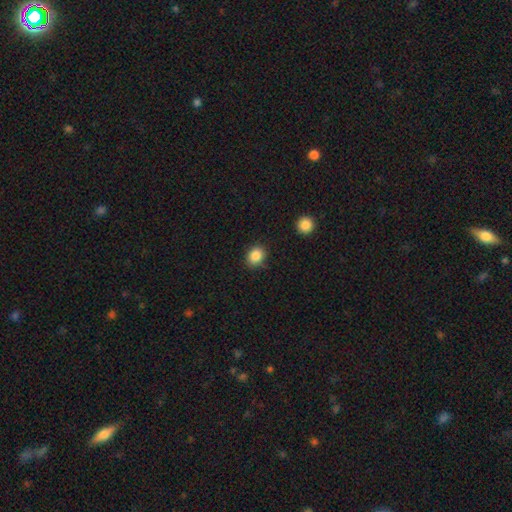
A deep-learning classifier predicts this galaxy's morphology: Smooth or featured?
  - smooth: 87% *
  - star or artifact: 10%
  - featured or disk: 4%
How rounded?
  - round: 56% *
  - in between: 43%
  - cigar-shaped: 1%
Merging?
  - none: 82% *
  - minor disturbance: 13%
  - major disturbance: 3%
  - merger: 2%